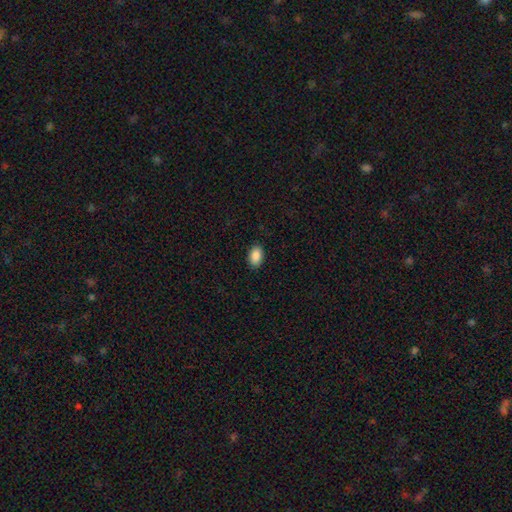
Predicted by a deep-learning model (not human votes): A smooth galaxy with no disk features (89%) that is in between round and cigar-shaped (90%). Merging: none (89%).